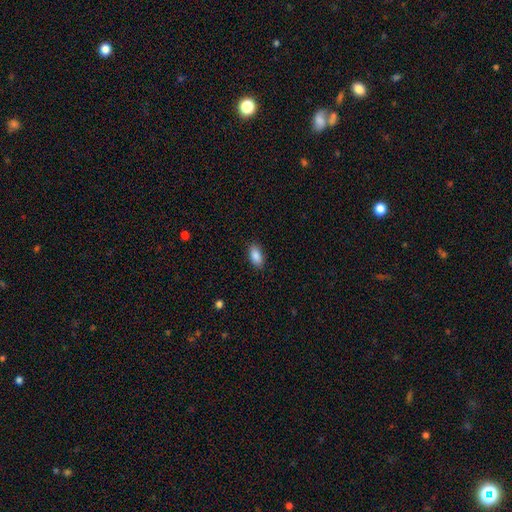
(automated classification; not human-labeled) Smooth or featured: smooth — 89% (star or artifact — 7%)
How rounded: in between — 91% (cigar-shaped — 6%)
Merging: none — 88% (minor disturbance — 9%)